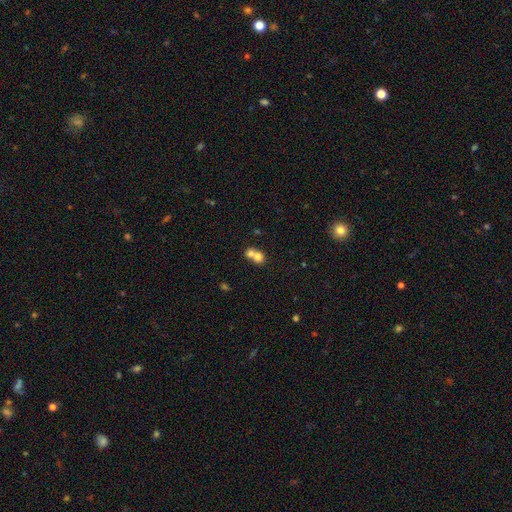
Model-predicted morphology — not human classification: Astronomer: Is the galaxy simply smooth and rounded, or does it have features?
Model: smooth — 73%.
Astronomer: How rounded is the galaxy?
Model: round — 62% (runner-up: in between, 37%).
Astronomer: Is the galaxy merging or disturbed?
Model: merger — 69%.